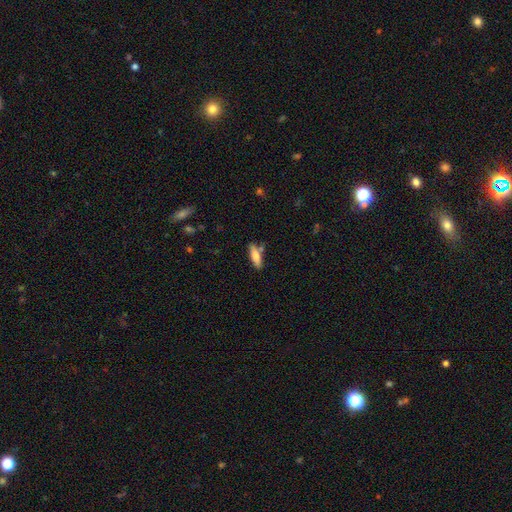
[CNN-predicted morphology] This appears to be a smooth galaxy with no disk features (76%) that is cigar-shaped (53%). Merging: none (74%).